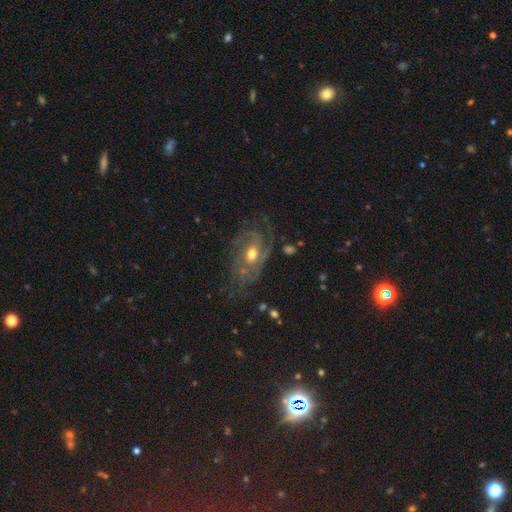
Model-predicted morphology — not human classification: A featured or disk galaxy (48%).

Vote fractions:
- Smooth or featured? featured or disk: 48% / star or artifact: 29% / smooth: 23%
- Merging? none: 70% / minor disturbance: 17% / major disturbance: 10% / merger: 3%